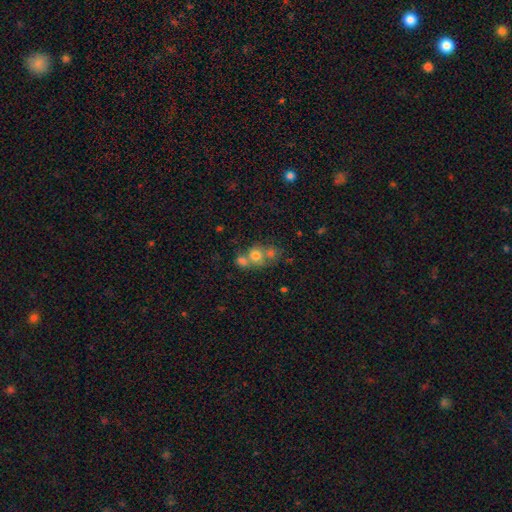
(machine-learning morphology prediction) type=smooth (69%); roundness=round (73%); merging=merger (54%).